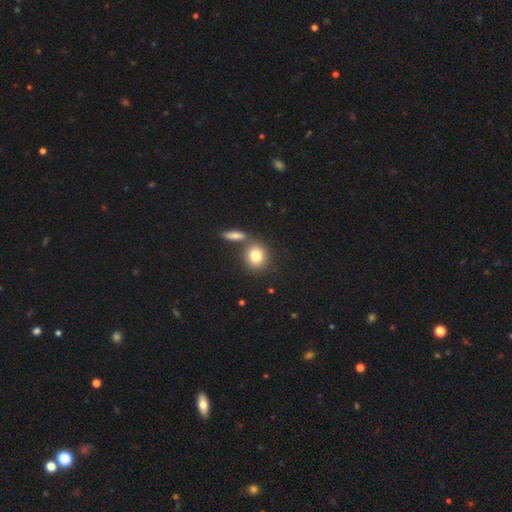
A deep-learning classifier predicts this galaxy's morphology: smooth 81%, featured or disk 10%, star or artifact 9%. Down the decision tree: how rounded — round (73%); merging — none (62%).